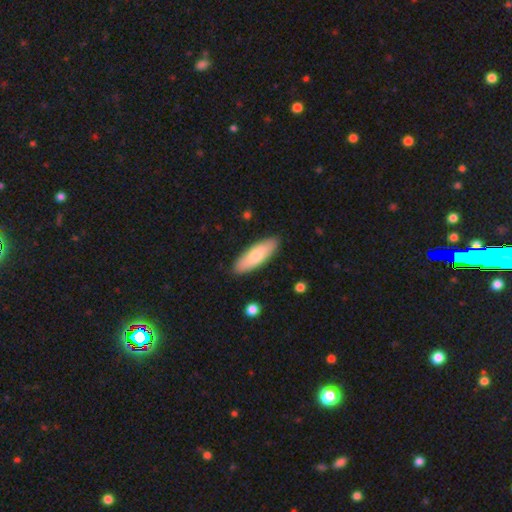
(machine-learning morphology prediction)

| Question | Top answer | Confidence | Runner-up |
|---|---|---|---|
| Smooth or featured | smooth | 75% | featured or disk (20%) |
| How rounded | in between | 57% | cigar-shaped (41%) |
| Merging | none | 88% | minor disturbance (9%) |